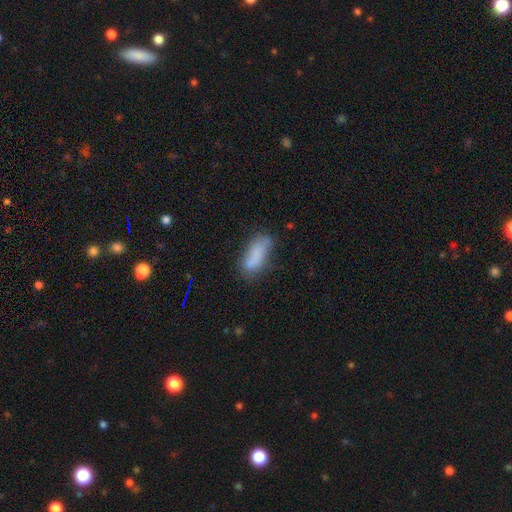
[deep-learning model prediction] Smooth or featured? smooth (77%)
How rounded? in between (71%)
Merging? none (57%)